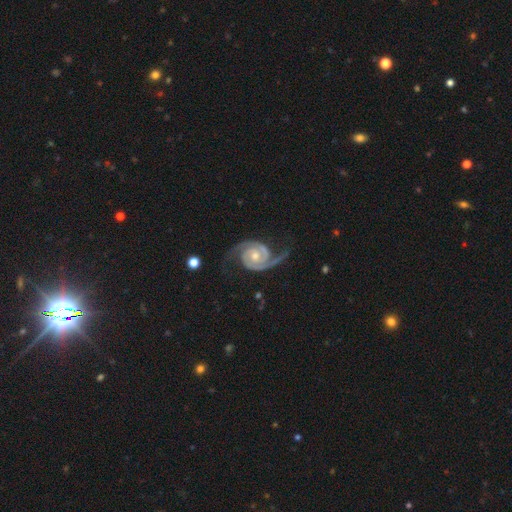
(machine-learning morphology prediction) Smooth or featured? featured or disk (93%)
Edge-on disk? no (98%)
Bar? no (69%)
Spiral arms? yes (99%)
Spiral winding? medium (45%)
Spiral arm count? 2 (93%)
Bulge size? moderate (53%)
Merging? none (74%)